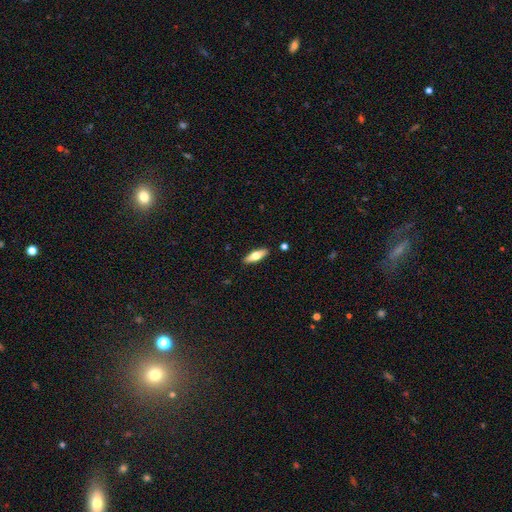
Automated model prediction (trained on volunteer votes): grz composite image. It shows a smooth galaxy with no disk features (58%) that is cigar-shaped (49%, tied with in between). Merging: none (89%).